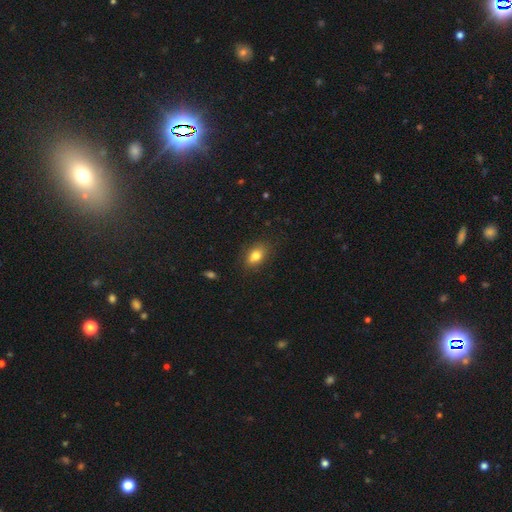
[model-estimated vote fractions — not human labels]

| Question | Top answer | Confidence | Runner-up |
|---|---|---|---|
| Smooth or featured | smooth | 80% | featured or disk (10%) |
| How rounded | in between | 79% | round (18%) |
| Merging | none | 83% | minor disturbance (13%) |